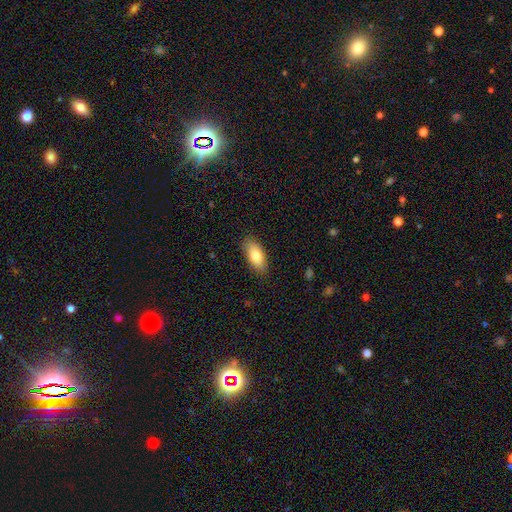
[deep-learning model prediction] smooth 82%, featured or disk 11%, star or artifact 6%. Down the decision tree: how rounded — in between (86%); merging — none (86%).